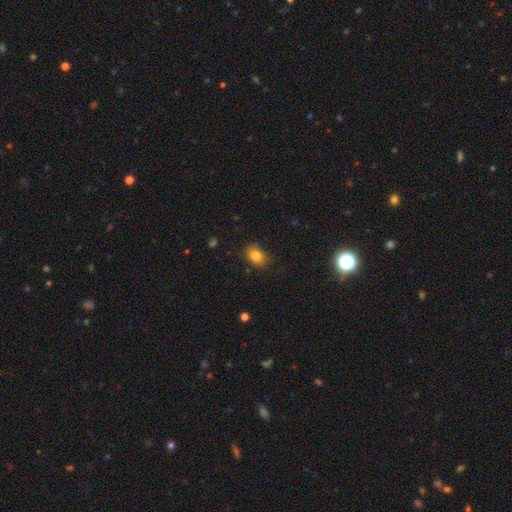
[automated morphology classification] Smooth or featured? Predicted: smooth (p=0.82). How rounded? Predicted: in between (p=0.73). Merging? Predicted: none (p=0.74).